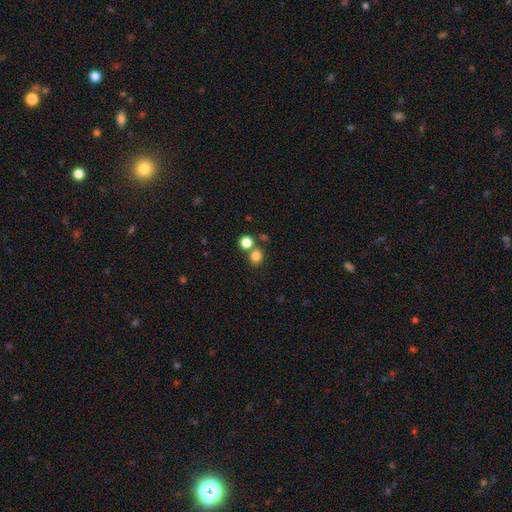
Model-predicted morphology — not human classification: The model was most divided on "merging": none: 65%, merger: 24%, minor disturbance: 8%, major disturbance: 3%. More confident: smooth or featured — smooth (81%); how rounded — round (75%).